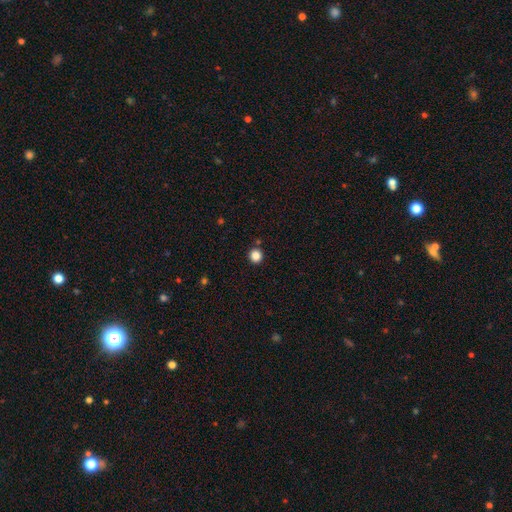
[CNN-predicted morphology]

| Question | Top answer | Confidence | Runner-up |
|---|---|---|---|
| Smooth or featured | smooth | 85% | star or artifact (11%) |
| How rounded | round | 93% | in between (6%) |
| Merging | none | 89% | minor disturbance (6%) |